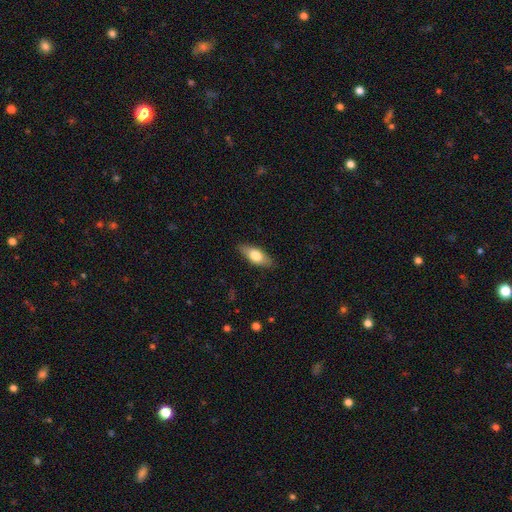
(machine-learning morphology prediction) smooth_or_featured: smooth (p=0.68) [alt: featured or disk p=0.25]
how_rounded: in between (p=0.74) [alt: cigar-shaped p=0.23]
merging: none (p=0.86) [alt: minor disturbance p=0.11]